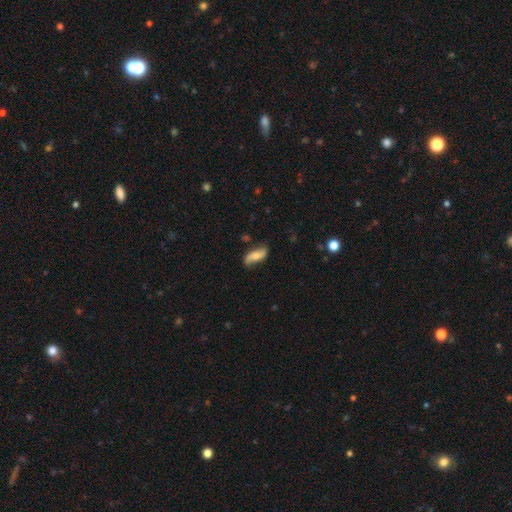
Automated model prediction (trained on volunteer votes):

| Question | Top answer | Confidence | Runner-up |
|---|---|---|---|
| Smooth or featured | featured or disk | 54% | smooth (39%) |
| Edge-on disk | no | 90% | yes (10%) |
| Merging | none | 69% | minor disturbance (22%) |